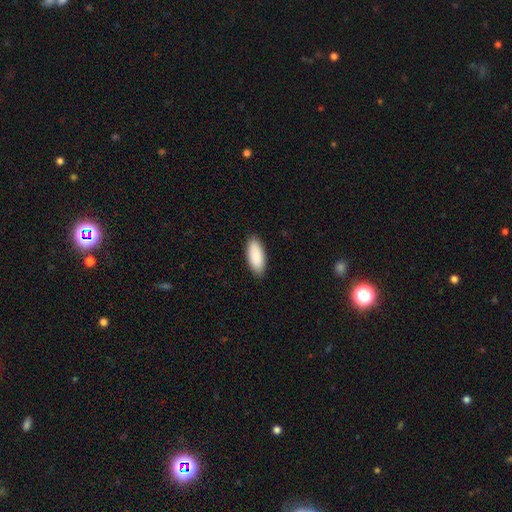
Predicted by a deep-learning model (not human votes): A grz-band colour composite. It shows a smooth galaxy with no disk features (91%) that is in between round and cigar-shaped (86%). Merging: none (88%).